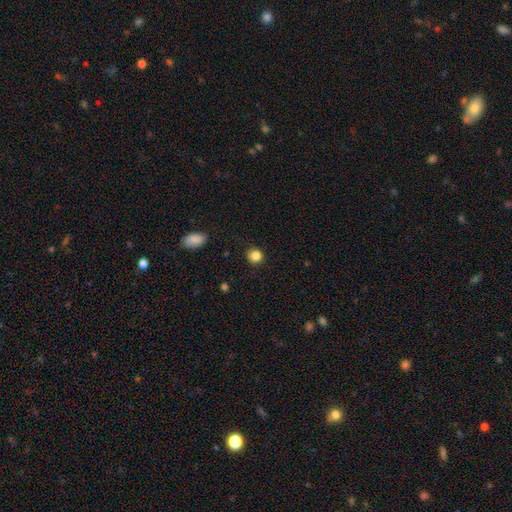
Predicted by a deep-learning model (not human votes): smooth_or_featured: smooth (p=0.85) [alt: star or artifact p=0.11]
how_rounded: round (p=0.89) [alt: in between p=0.10]
merging: none (p=0.87) [alt: minor disturbance p=0.09]